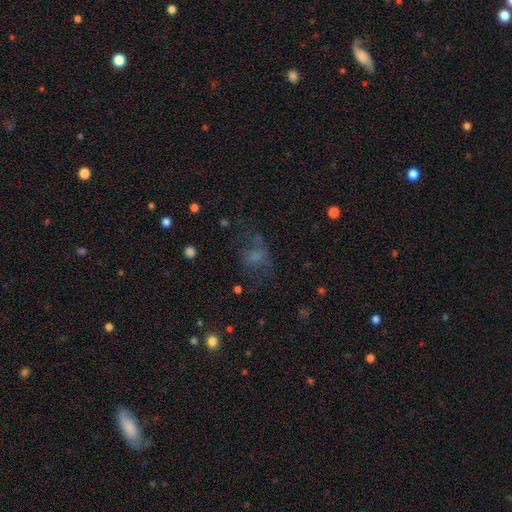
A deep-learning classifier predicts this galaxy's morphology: Overall: smooth (49%; featured or disk 28%). Merging: none (42%; major disturbance 33%).